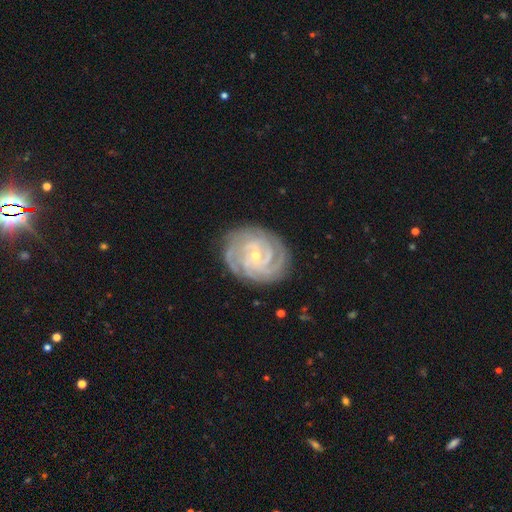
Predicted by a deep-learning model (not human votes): Smooth or featured?
  - featured or disk: 90% *
  - star or artifact: 5%
  - smooth: 5%
Edge-on disk?
  - no: 97% *
  - yes: 3%
Bar?
  - no: 51% *
  - weak: 36%
  - strong: 13%
Spiral arms?
  - yes: 98% *
  - no: 2%
Spiral winding?
  - tight: 78% *
  - medium: 20%
  - loose: 2%
Spiral arm count?
  - 4: 28% * (tied)
  - 3: 28% * (tied)
  - can't tell: 16%
  - 2: 13%
  - more than 4: 8%
  - 1: 6%
Bulge size?
  - small: 70% *
  - moderate: 27%
  - large: 1%
  - none: 1%
  - dominant: 1%
Merging?
  - none: 81% *
  - minor disturbance: 14%
  - major disturbance: 4%
  - merger: 1%